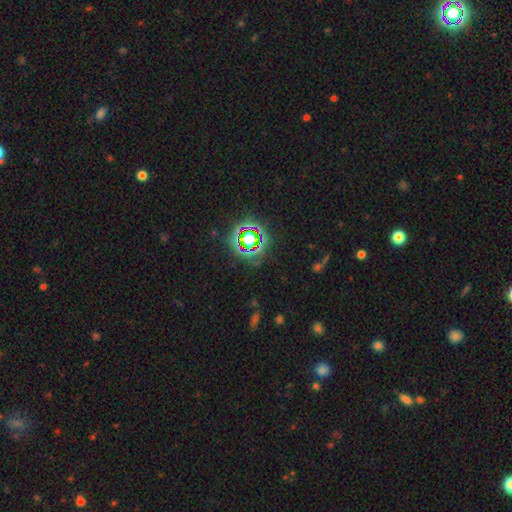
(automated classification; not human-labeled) smooth-or-featured: star or artifact: 74% | smooth: 17% | featured or disk: 8%